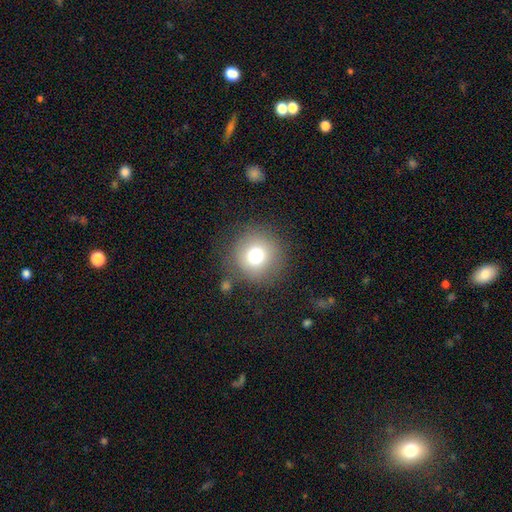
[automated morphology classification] This appears to be a smooth galaxy with no disk features (74%) that is round (95%). Merging: none (82%).